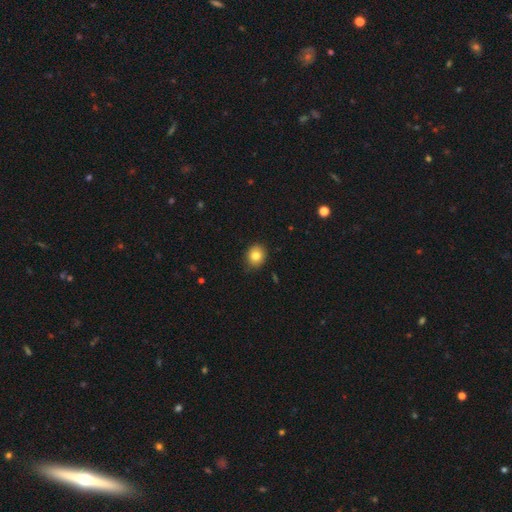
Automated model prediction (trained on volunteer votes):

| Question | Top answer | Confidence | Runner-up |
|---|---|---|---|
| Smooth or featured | smooth | 81% | star or artifact (10%) |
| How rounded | round | 70% | in between (29%) |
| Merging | none | 85% | minor disturbance (12%) |